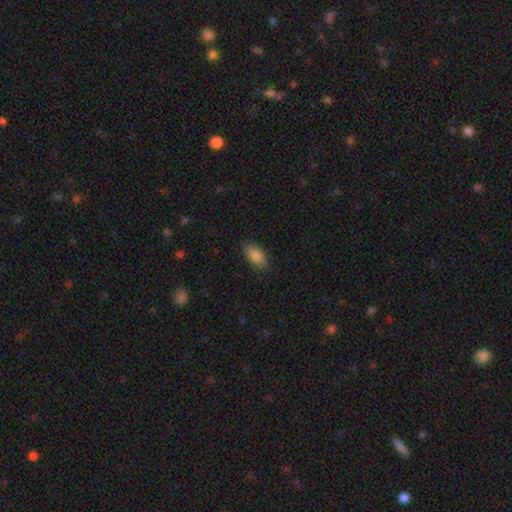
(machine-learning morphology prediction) This is clearly a smooth galaxy (86%). How rounded: clearly in between (92%). Merging: clearly none (85%).